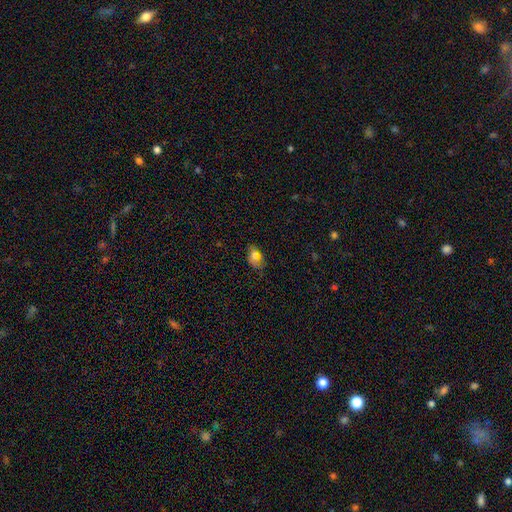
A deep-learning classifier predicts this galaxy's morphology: The model was most divided on "merging": none: 63%, minor disturbance: 27%, major disturbance: 8%, merger: 2%. More confident: how rounded — in between (84%); smooth or featured — smooth (69%).